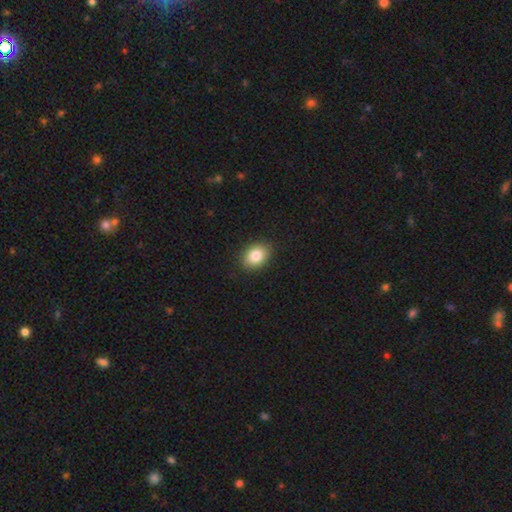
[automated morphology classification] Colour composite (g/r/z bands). It shows a smooth galaxy with no disk features (85%) that is in between round and cigar-shaped (71%). Merging: none (88%).